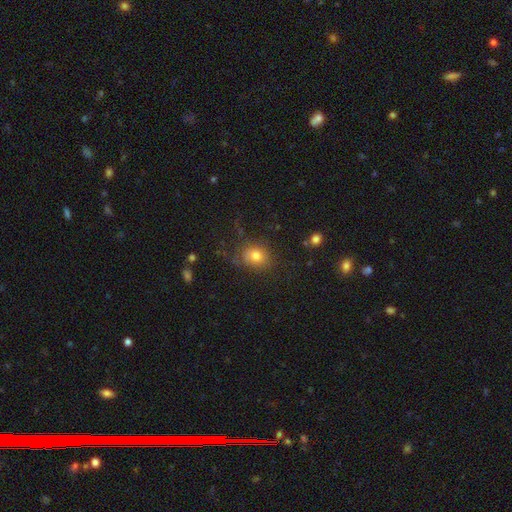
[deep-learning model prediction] Smooth or featured?
  - smooth: 76% *
  - star or artifact: 12%
  - featured or disk: 12%
How rounded?
  - round: 66% *
  - in between: 33%
  - cigar-shaped: 1%
Merging?
  - none: 69% *
  - minor disturbance: 20%
  - major disturbance: 9%
  - merger: 2%